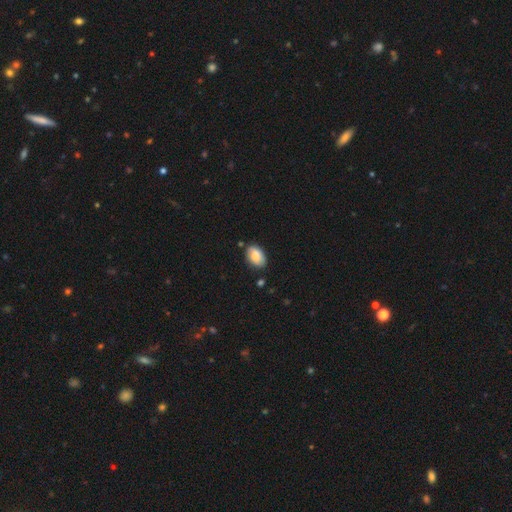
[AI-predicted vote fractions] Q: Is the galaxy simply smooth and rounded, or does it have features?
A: smooth — 80%.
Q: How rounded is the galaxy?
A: in between — 89%.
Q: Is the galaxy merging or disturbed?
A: none — 76%.